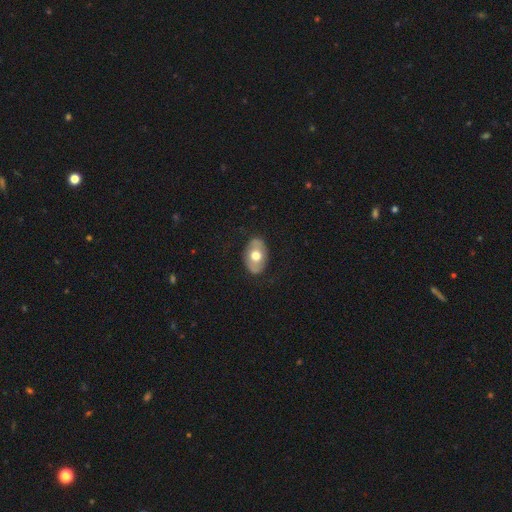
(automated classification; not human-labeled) This appears to be a smooth galaxy with no disk features (54%) that is in between round and cigar-shaped (85%). Merging: none (82%).